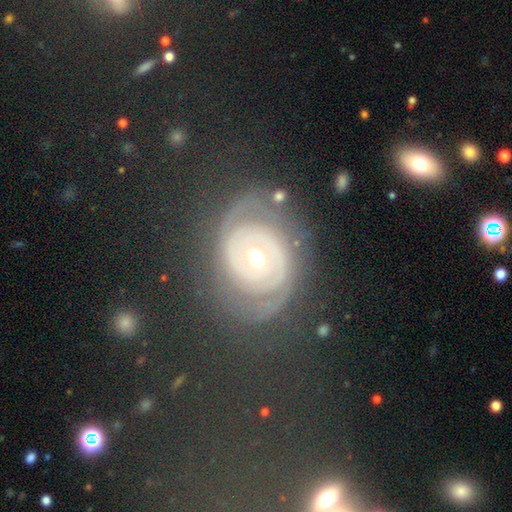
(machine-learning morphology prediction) smooth_or_featured: featured or disk (p=0.74) [alt: star or artifact p=0.13]
disk_edge_on: no (p=0.95) [alt: yes p=0.05]
bar: no (p=0.71) [alt: weak p=0.20]
has_spiral_arms: yes (p=0.73) [alt: no p=0.27]
spiral_winding: tight (p=0.70) [alt: medium p=0.20]
spiral_arm_count: 2 (p=0.44) [alt: can't tell p=0.29]
bulge_size: moderate (p=0.75) [alt: small p=0.17]
merging: none (p=0.72) [alt: minor disturbance p=0.15]